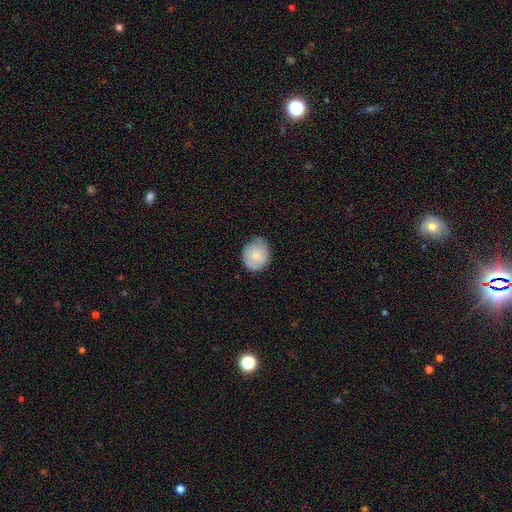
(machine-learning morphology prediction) Smooth or featured: smooth — 75% (featured or disk — 18%)
How rounded: round — 63% (in between — 36%)
Merging: none — 60% (minor disturbance — 32%)